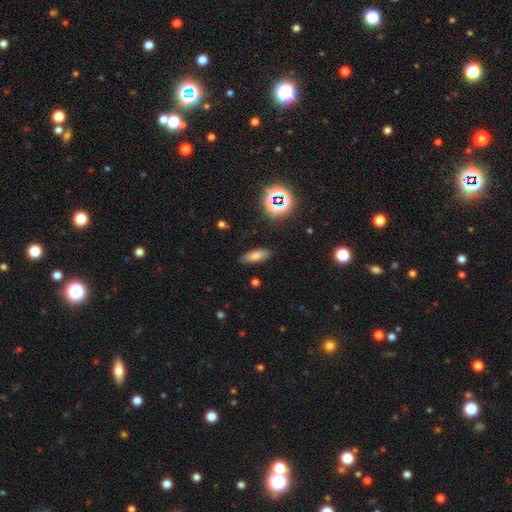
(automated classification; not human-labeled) Smooth or featured? Predicted: smooth (p=0.71). How rounded? Predicted: in between (p=0.67). Merging? Predicted: none (p=0.85).